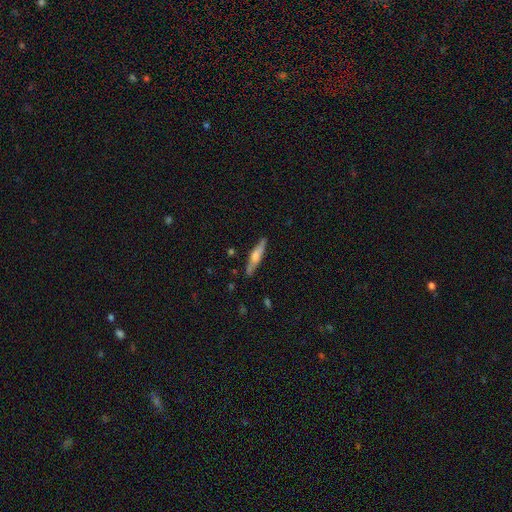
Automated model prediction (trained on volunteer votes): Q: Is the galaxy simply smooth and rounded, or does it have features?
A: featured or disk — 50%.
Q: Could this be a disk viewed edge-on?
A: yes — 91%.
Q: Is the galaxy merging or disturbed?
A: none — 84%.